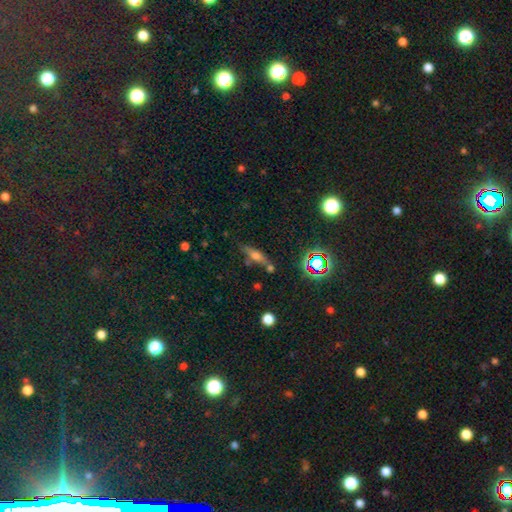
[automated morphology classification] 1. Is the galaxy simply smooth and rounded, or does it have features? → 43% smooth, 40% featured or disk, 17% star or artifact.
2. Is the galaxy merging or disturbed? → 67% none, 16% minor disturbance, 12% merger, 5% major disturbance.